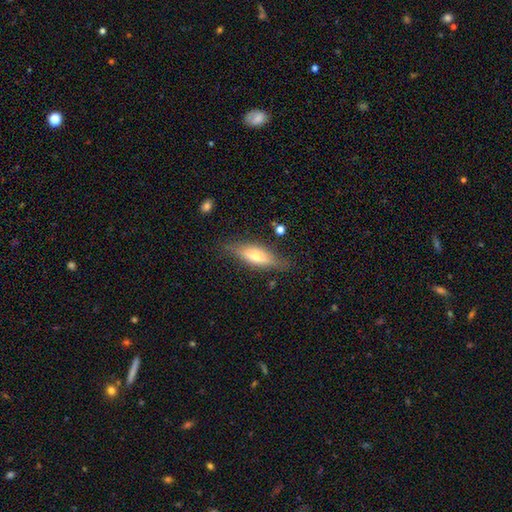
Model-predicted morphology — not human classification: A featured or disk galaxy (48%).

Vote fractions:
- Smooth or featured? featured or disk: 48% / smooth: 44% / star or artifact: 7%
- Merging? none: 77% / minor disturbance: 16% / major disturbance: 5% / merger: 2%